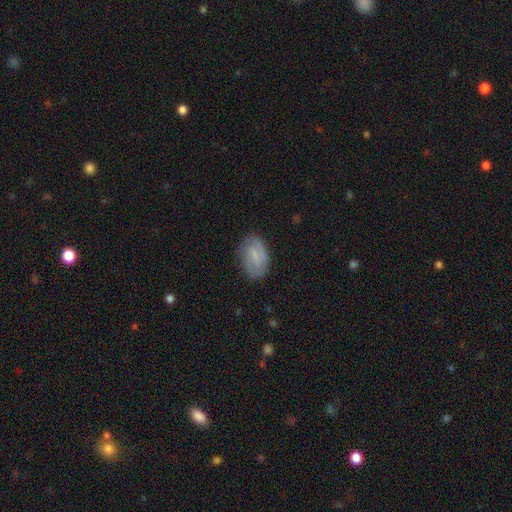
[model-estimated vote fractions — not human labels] A smooth galaxy with no disk features (50%) that is in between round and cigar-shaped (87%). Merging: none (79%).